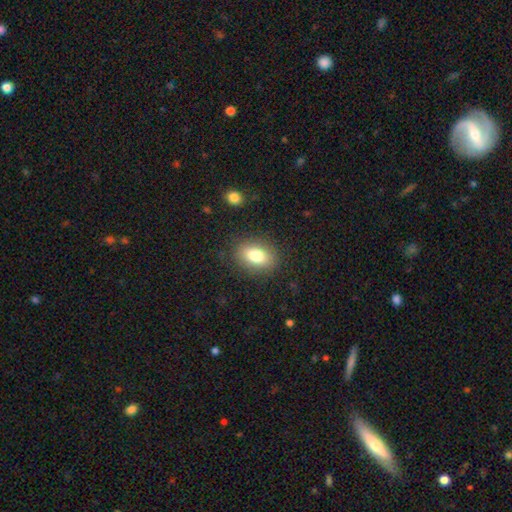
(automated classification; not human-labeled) smooth 80%, featured or disk 11%, star or artifact 9%. Down the decision tree: how rounded — in between (80%); merging — none (86%).